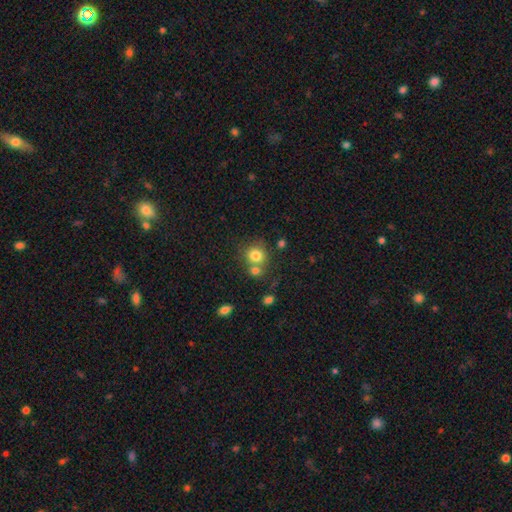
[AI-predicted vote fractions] smooth 79%, star or artifact 12%, featured or disk 9%. Down the decision tree: how rounded — round (84%); merging — none (58%).